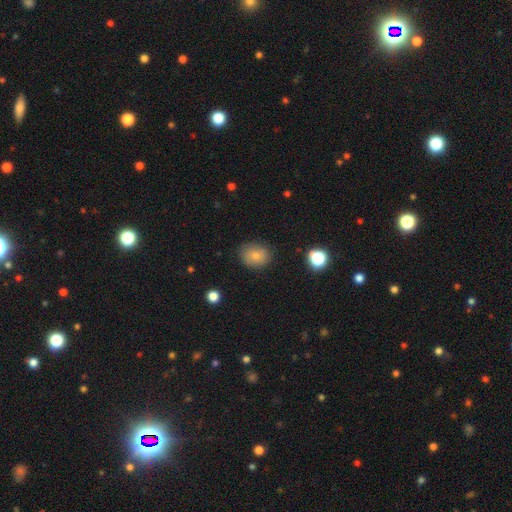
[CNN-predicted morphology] Smooth or featured?
  - smooth: 77% *
  - featured or disk: 12%
  - star or artifact: 11%
How rounded?
  - round: 56% *
  - in between: 43%
  - cigar-shaped: 1%
Merging?
  - none: 81% *
  - minor disturbance: 13%
  - major disturbance: 3%
  - merger: 2%